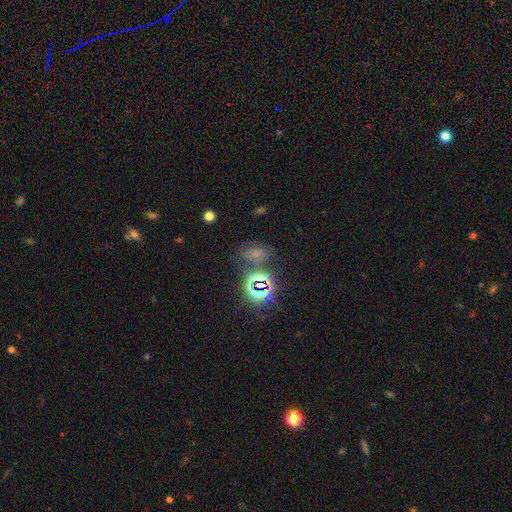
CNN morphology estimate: star or artifact 49%, smooth 34%, featured or disk 17%.